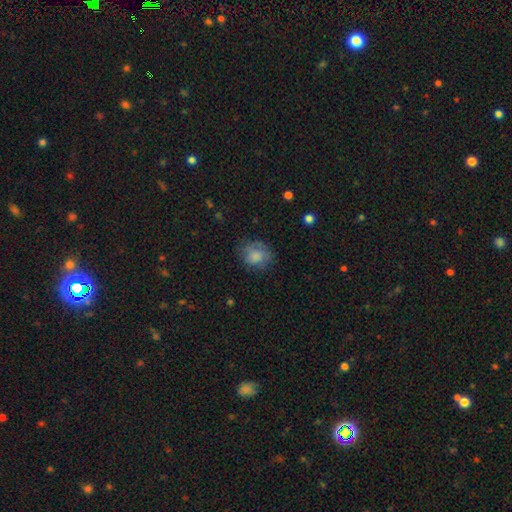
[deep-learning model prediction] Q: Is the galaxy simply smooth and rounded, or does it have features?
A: smooth — 78%.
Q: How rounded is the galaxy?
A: round — 65%.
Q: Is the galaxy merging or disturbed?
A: none — 66%.